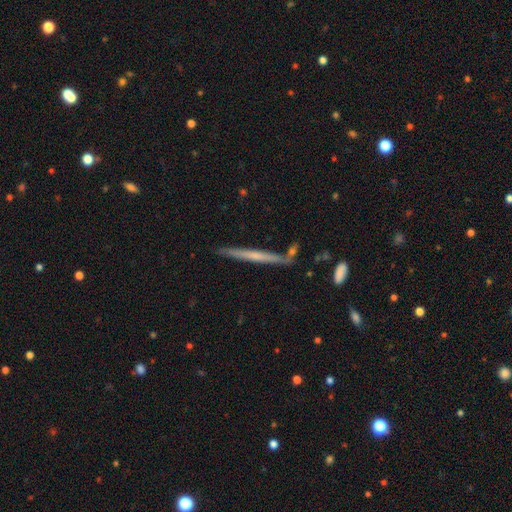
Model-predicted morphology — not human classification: Overall: featured or disk (51%; smooth 42%). Edge-on disk: yes (96%). Merging: none (82%).